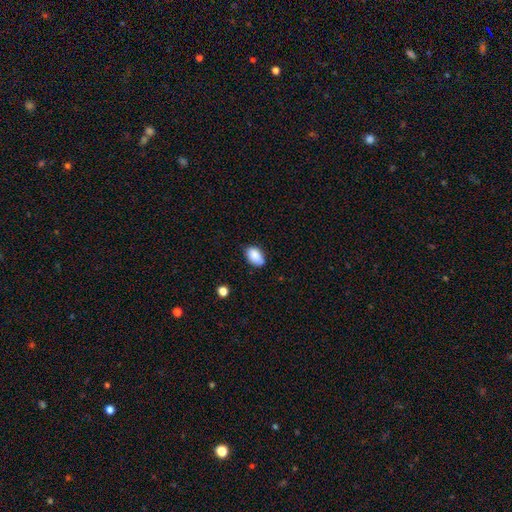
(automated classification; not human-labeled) smooth_or_featured: smooth (p=0.88) [alt: star or artifact p=0.07]
how_rounded: in between (p=0.91) [alt: round p=0.08]
merging: none (p=0.75) [alt: minor disturbance p=0.21]